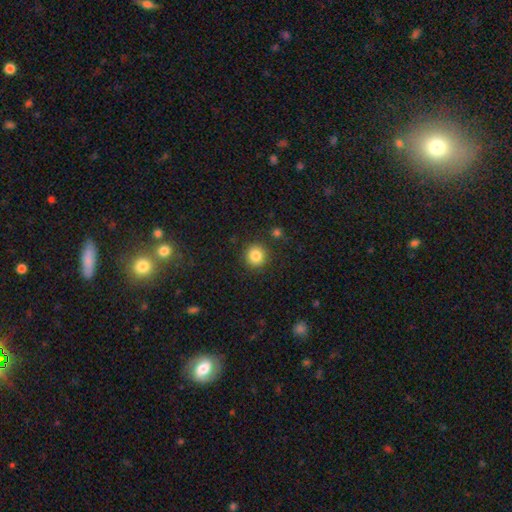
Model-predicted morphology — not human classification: Smooth or featured: smooth — 85% (star or artifact — 11%)
How rounded: round — 92% (in between — 7%)
Merging: none — 89% (minor disturbance — 7%)